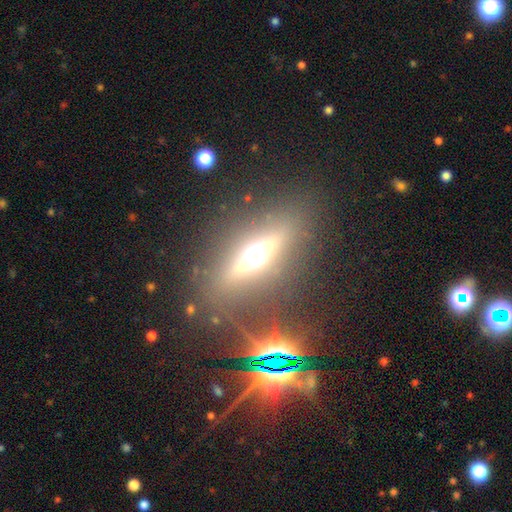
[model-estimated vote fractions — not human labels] Morphology: type=featured or disk (68%); edge-on=yes (90%); edge-on bulge=rounded (92%); merging=none (78%).